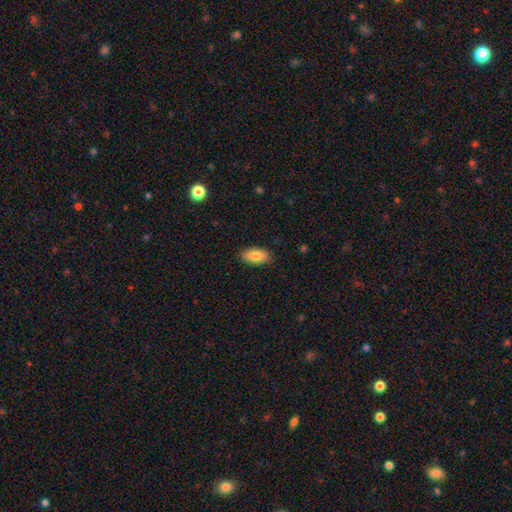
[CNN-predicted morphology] Smooth or featured? smooth (84%)
How rounded? in between (92%)
Merging? none (87%)